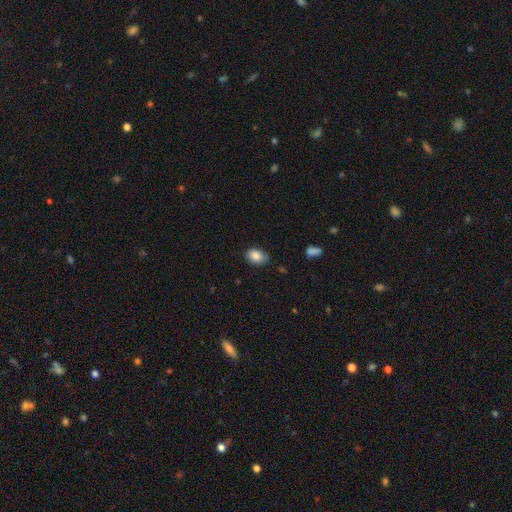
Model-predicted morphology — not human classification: Smooth or featured? smooth (85%)
How rounded? in between (78%)
Merging? none (76%)